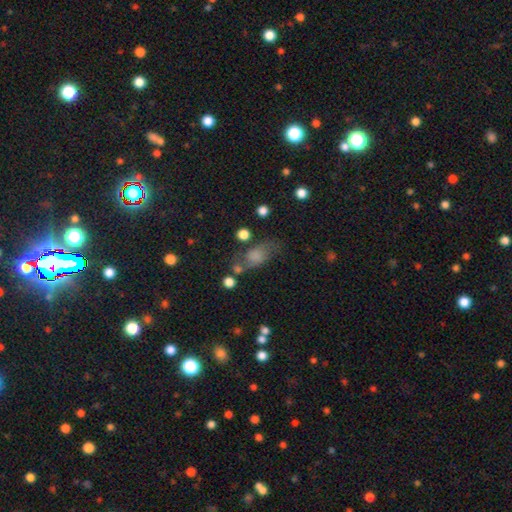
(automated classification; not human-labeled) Q: Smooth or featured?
A: smooth (63%); runner-up: featured or disk (23%)
Q: How rounded?
A: in between (74%); runner-up: round (19%)
Q: Merging?
A: none (50%); runner-up: minor disturbance (26%)